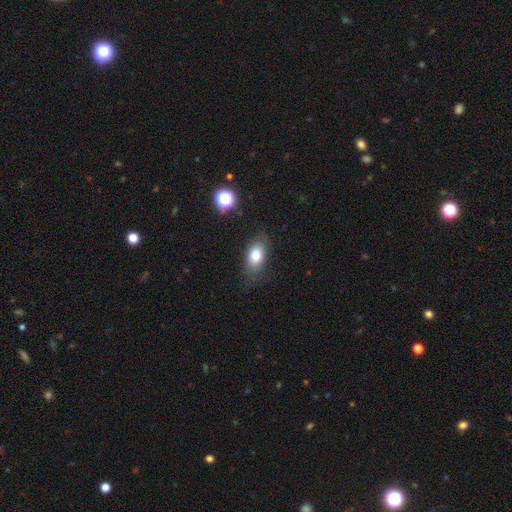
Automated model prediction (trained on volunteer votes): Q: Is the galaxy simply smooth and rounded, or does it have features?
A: smooth — 78%.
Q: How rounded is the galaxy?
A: in between — 85%.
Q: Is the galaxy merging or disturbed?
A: none — 77%.